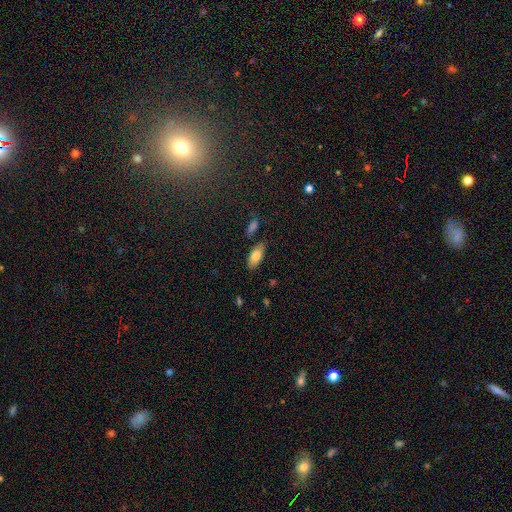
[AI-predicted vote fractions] Q: Smooth or featured?
A: smooth (80%); runner-up: featured or disk (13%)
Q: How rounded?
A: in between (87%); runner-up: cigar-shaped (10%)
Q: Merging?
A: none (72%); runner-up: minor disturbance (19%)